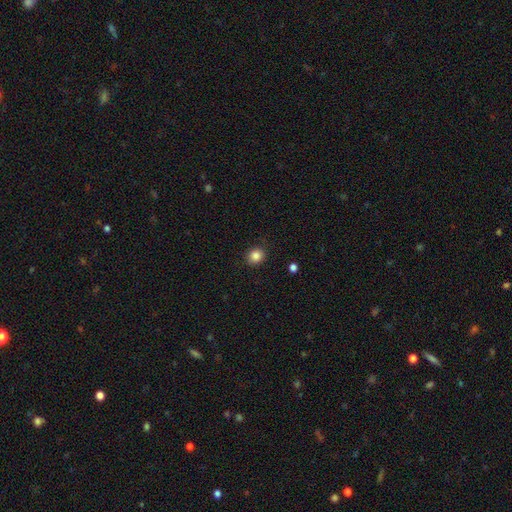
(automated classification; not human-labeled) smooth 85%, star or artifact 11%, featured or disk 4%. Down the decision tree: how rounded — round (78%); merging — none (89%).